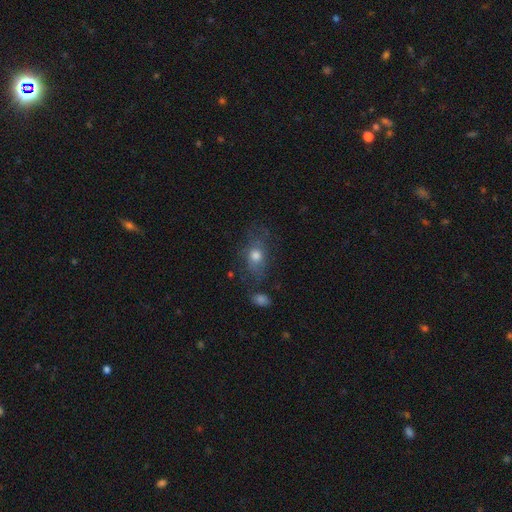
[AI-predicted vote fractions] A smooth galaxy with no disk features (63%) that is in between round and cigar-shaped (68%). Merging: none (59%).